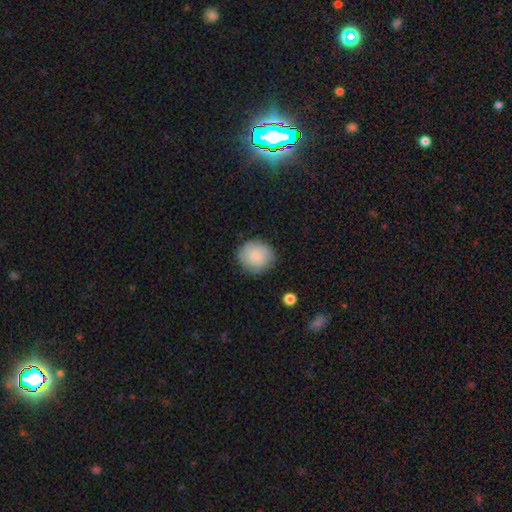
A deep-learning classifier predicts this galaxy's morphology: Smooth or featured: smooth — 67% (featured or disk — 25%)
How rounded: round — 86% (in between — 13%)
Merging: none — 78% (minor disturbance — 16%)